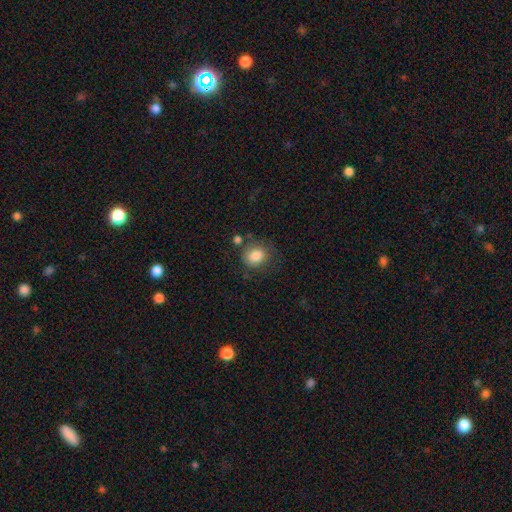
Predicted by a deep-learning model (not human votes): Q: Smooth or featured?
A: smooth (84%); runner-up: star or artifact (9%)
Q: How rounded?
A: round (72%); runner-up: in between (28%)
Q: Merging?
A: none (69%); runner-up: minor disturbance (18%)